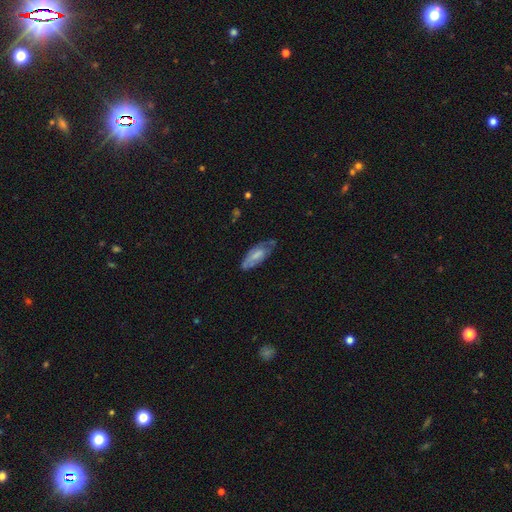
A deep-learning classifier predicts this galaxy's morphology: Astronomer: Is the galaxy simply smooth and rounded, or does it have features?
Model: smooth — 53% (runner-up: featured or disk, 41%).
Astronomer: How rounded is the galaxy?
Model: in between — 73%.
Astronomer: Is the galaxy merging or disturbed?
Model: none — 50% (runner-up: minor disturbance, 34%).